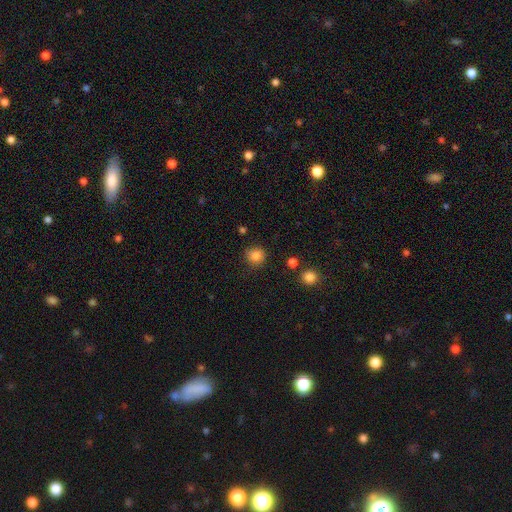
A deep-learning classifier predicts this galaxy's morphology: Smooth or featured? smooth (84%)
How rounded? round (91%)
Merging? none (86%)